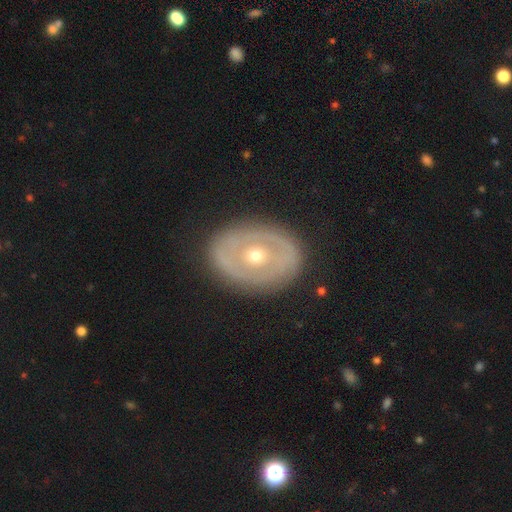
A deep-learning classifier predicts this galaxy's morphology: The model was most divided on "bulge size": moderate: 51%, small: 45%, large: 2%, dominant: 1%, none: 1%. More confident: edge-on disk — no (94%); merging — none (82%); bar — no (81%); spiral arms — no (76%); smooth or featured — featured or disk (68%).